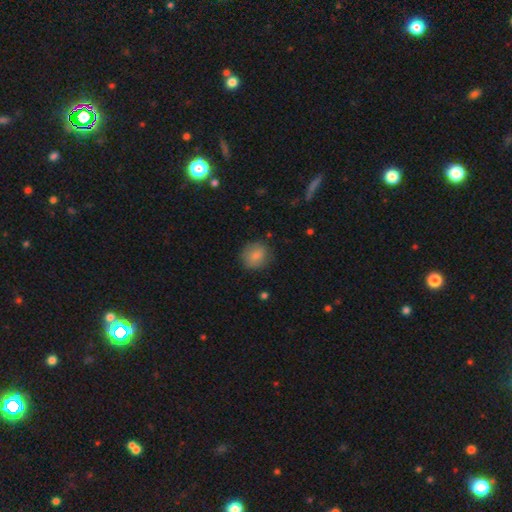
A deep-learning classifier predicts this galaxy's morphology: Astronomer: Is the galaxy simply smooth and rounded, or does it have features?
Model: smooth — 83%.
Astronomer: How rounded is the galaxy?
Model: round — 79%.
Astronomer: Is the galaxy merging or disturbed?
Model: none — 81%.